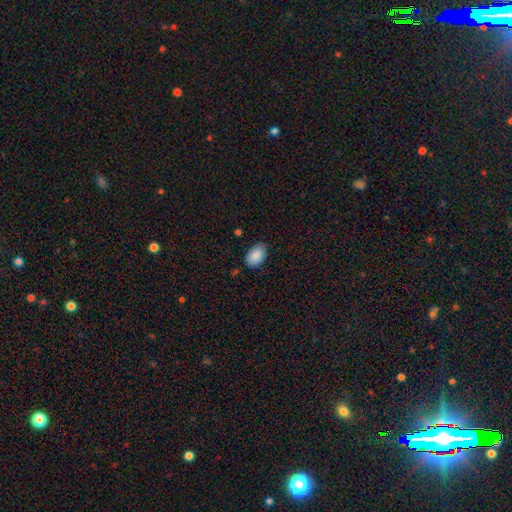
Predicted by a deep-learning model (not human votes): smooth_or_featured: smooth (p=0.87) [alt: star or artifact p=0.07]
how_rounded: in between (p=0.89) [alt: round p=0.10]
merging: none (p=0.73) [alt: minor disturbance p=0.22]